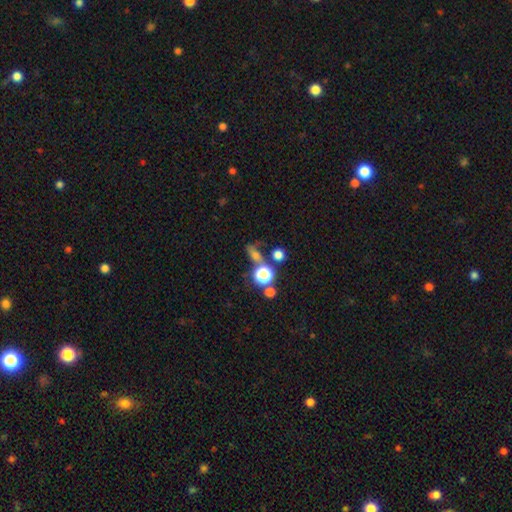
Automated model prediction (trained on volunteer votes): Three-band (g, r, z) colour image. It shows a smooth galaxy with no disk features (51%) that is round (56%). Merging: none (42%).